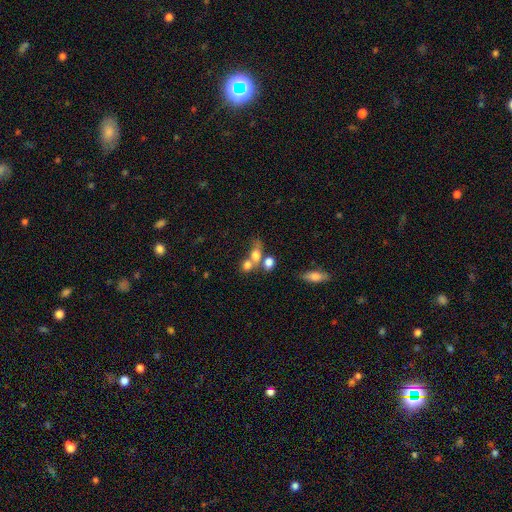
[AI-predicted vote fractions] Smooth or featured: smooth — 71% (featured or disk — 16%)
How rounded: in between — 54% (round — 42%)
Merging: merger — 56% (none — 26%)